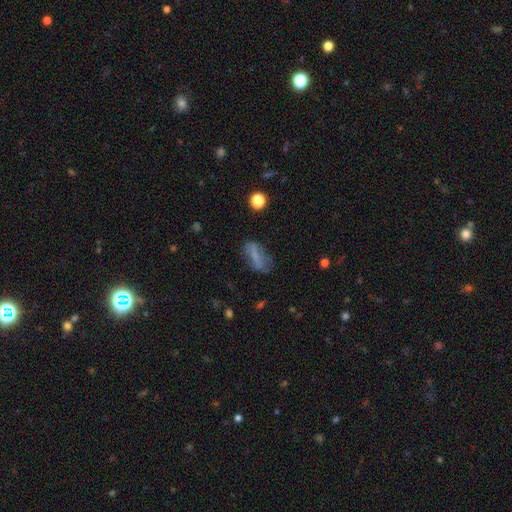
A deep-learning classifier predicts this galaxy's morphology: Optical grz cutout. It shows a smooth galaxy with no disk features (53%) that is in between round and cigar-shaped (70%). Merging: none (55%).